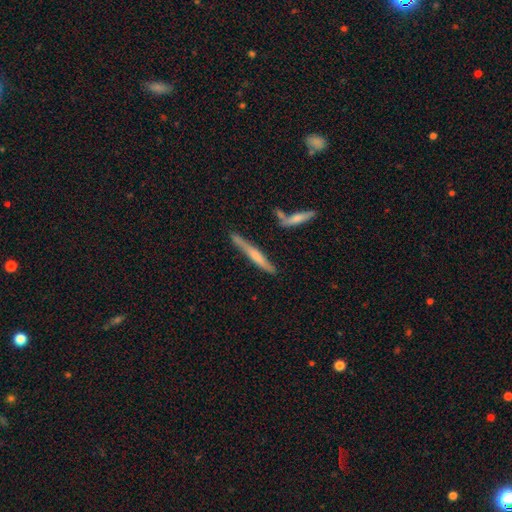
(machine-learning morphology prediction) smooth-or-featured: featured or disk: 48% | smooth: 46% | star or artifact: 6%
  merging: none: 75% | minor disturbance: 16% | merger: 6% | major disturbance: 3%